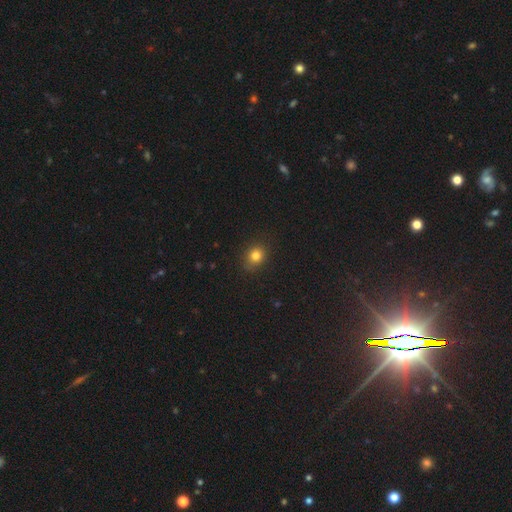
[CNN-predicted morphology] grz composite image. It shows a smooth galaxy with no disk features (81%) that is round (68%). Merging: none (83%).